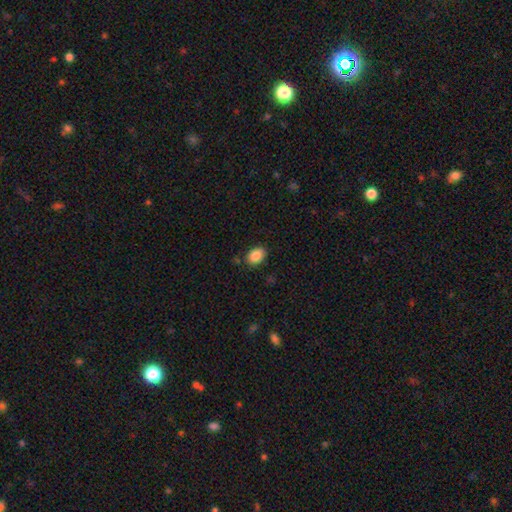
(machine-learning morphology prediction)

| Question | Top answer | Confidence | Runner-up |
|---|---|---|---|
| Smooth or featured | smooth | 87% | star or artifact (8%) |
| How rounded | in between | 78% | round (21%) |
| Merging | none | 82% | minor disturbance (13%) |